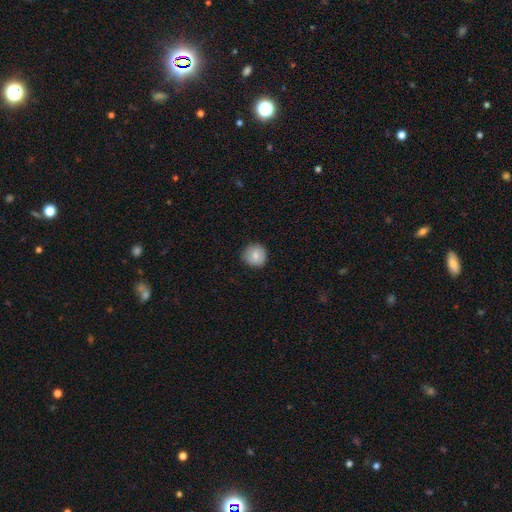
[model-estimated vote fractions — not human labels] smooth-or-featured: smooth: 80% | featured or disk: 13% | star or artifact: 8%
  how-rounded: round: 93% | in between: 6% | cigar-shaped: 1%
  merging: none: 86% | minor disturbance: 11% | major disturbance: 2% | merger: 1%